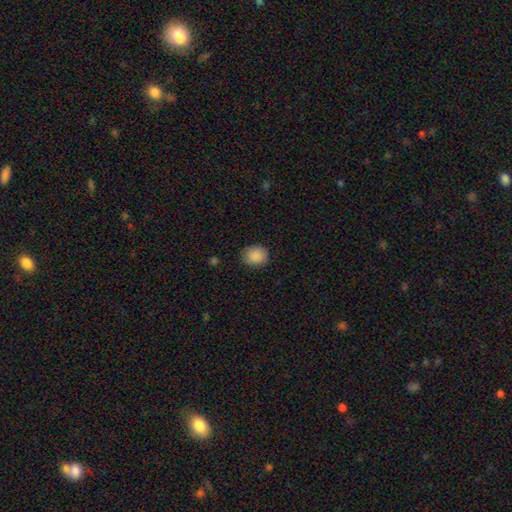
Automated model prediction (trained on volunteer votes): A smooth galaxy with no disk features (89%) that is round (67%). Merging: none (85%).